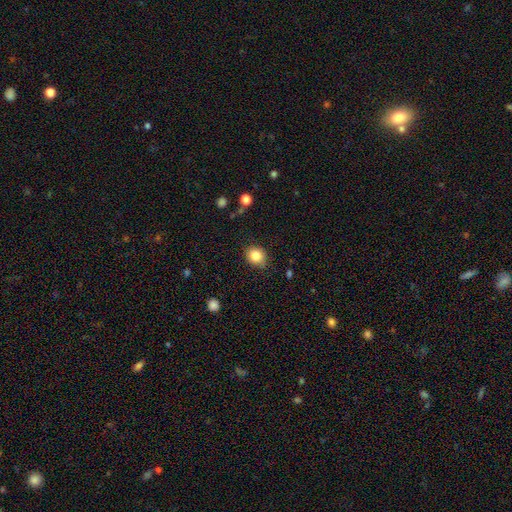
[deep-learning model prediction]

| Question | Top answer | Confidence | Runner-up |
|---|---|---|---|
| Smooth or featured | smooth | 83% | star or artifact (10%) |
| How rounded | round | 70% | in between (30%) |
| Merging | none | 82% | minor disturbance (14%) |